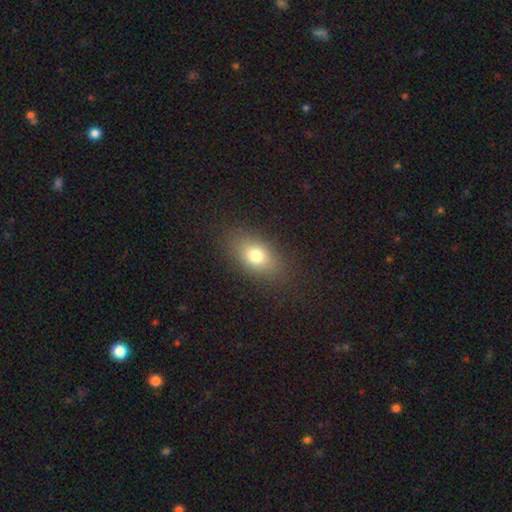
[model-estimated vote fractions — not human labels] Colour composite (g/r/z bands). It shows a smooth galaxy with no disk features (76%) that is in between round and cigar-shaped (81%). Merging: none (84%).